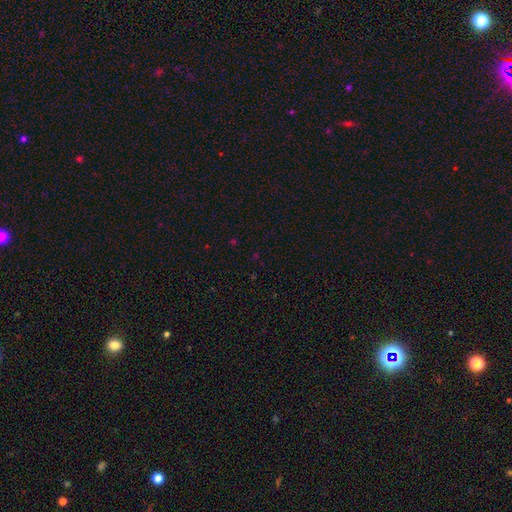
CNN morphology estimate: A star or artifact, not a galaxy (62%).

Vote fractions:
- Smooth or featured? star or artifact: 62% / smooth: 32% / featured or disk: 7%